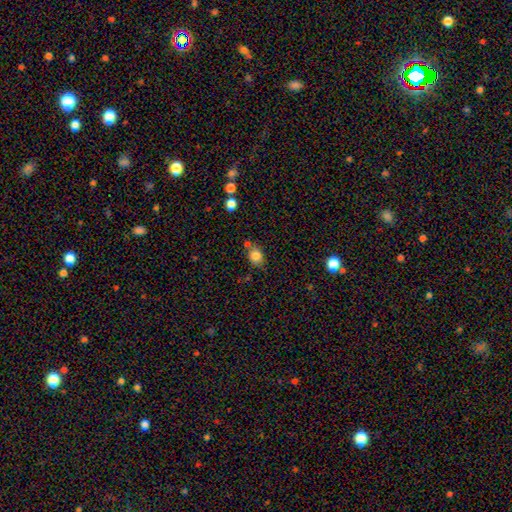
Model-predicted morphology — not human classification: This appears to be a smooth galaxy with no disk features (83%) that is round (51%). Merging: none (64%).